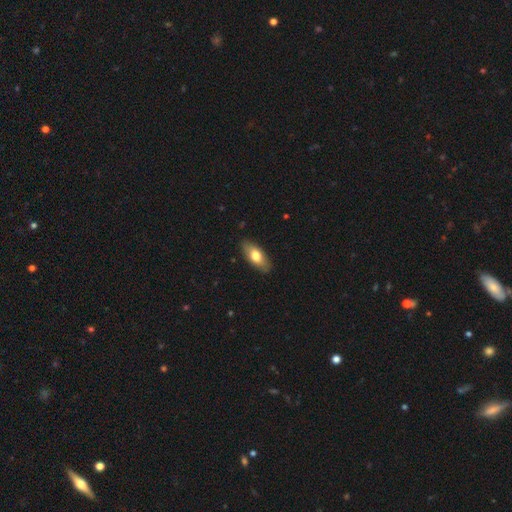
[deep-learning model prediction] Smooth or featured: smooth — 70% (featured or disk — 24%)
How rounded: in between — 84% (cigar-shaped — 13%)
Merging: none — 86% (minor disturbance — 11%)